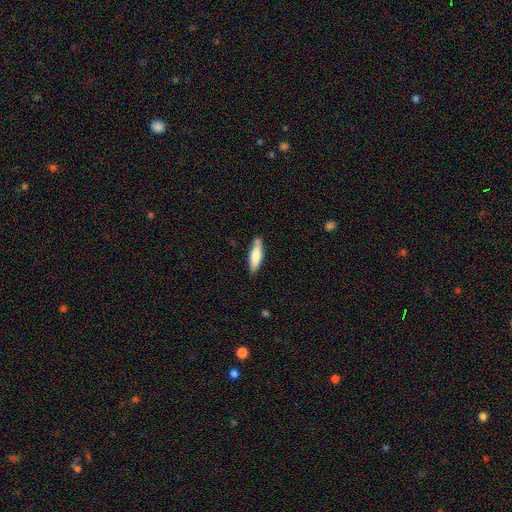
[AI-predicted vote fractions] Overall: smooth (77%). How rounded: cigar-shaped (64%; in between 35%). Merging: none (81%).